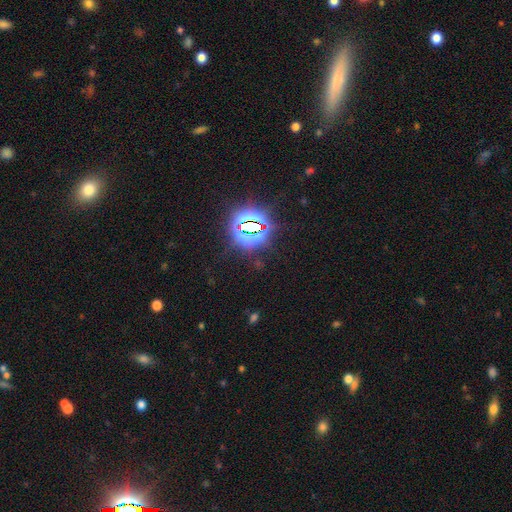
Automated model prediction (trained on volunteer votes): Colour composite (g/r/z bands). It shows a star or artifact, not a galaxy (79%).